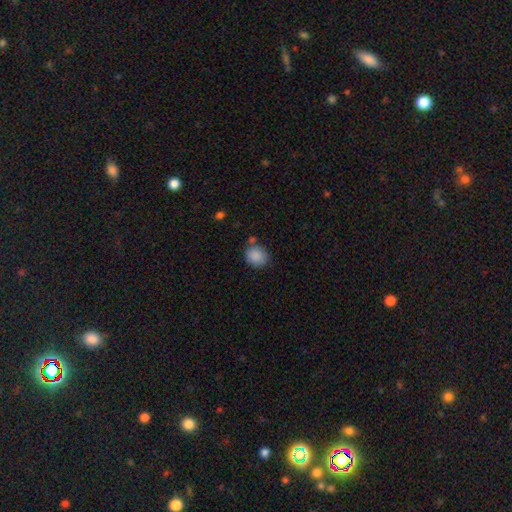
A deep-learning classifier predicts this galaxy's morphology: Q: Smooth or featured?
A: smooth (88%); runner-up: star or artifact (8%)
Q: How rounded?
A: round (69%); runner-up: in between (30%)
Q: Merging?
A: none (72%); runner-up: minor disturbance (15%)